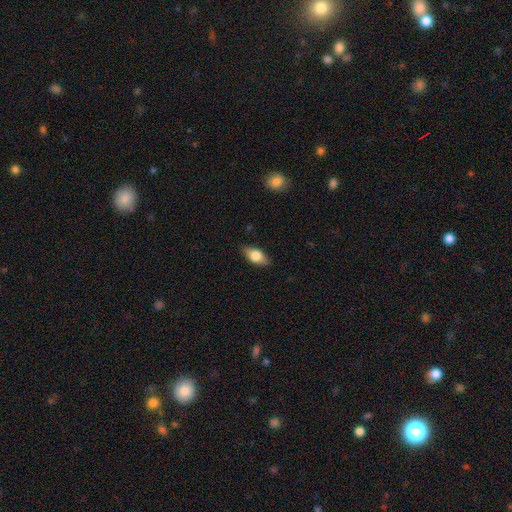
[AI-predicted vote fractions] A smooth galaxy with no disk features (71%) that is in between round and cigar-shaped (86%). Merging: none (83%).